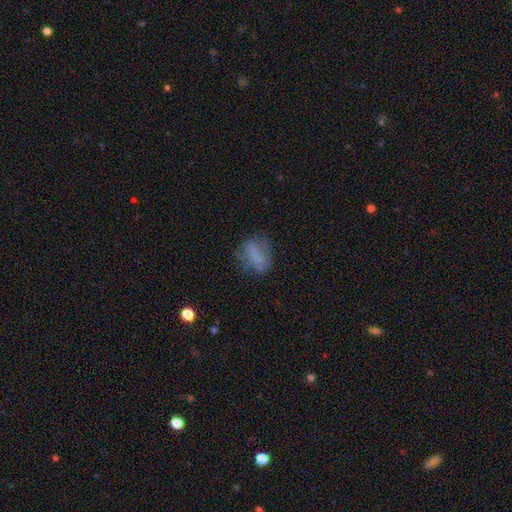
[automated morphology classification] Overall: smooth (60%; featured or disk 28%). How rounded: in between (67%). Merging: none (56%; minor disturbance 24%).